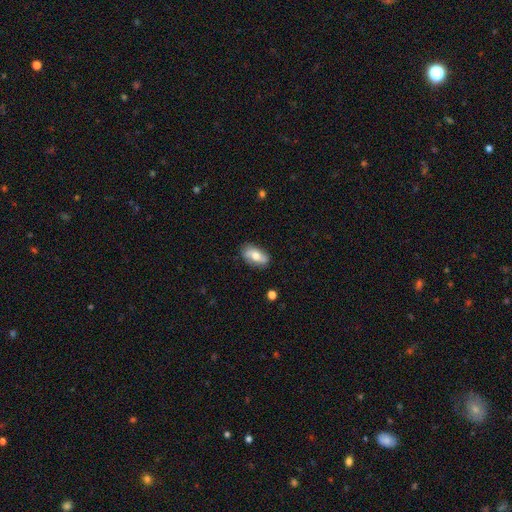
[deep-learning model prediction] This is possibly a smooth galaxy (57%). How rounded: clearly in between (89%). Merging: likely none (79%).